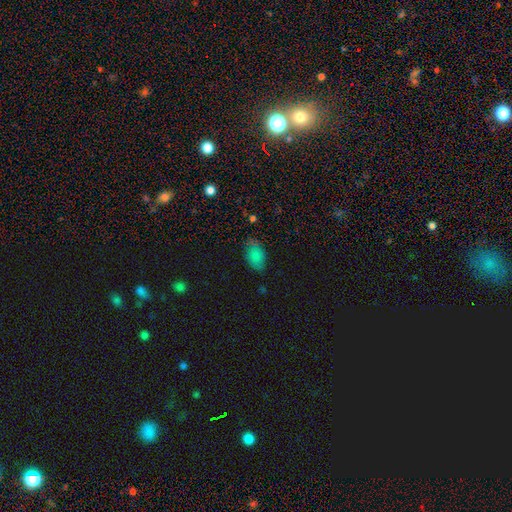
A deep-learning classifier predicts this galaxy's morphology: Smooth or featured? smooth (79%)
How rounded? in between (90%)
Merging? none (69%)